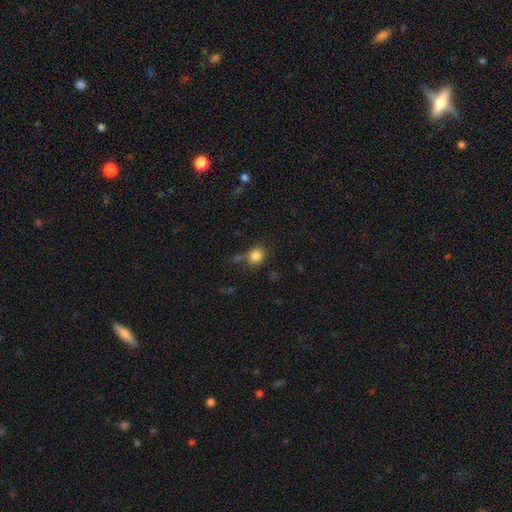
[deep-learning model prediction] Overall: smooth (83%). How rounded: round (78%). Merging: none (62%).